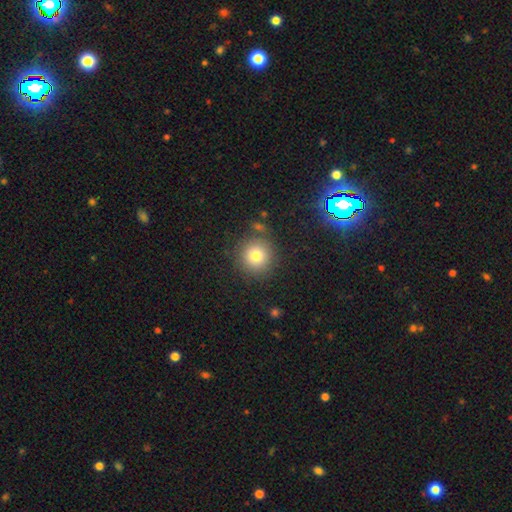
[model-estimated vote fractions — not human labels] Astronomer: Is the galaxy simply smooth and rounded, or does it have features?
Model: smooth — 78%.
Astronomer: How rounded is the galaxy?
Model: round — 94%.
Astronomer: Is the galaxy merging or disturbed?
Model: none — 84%.